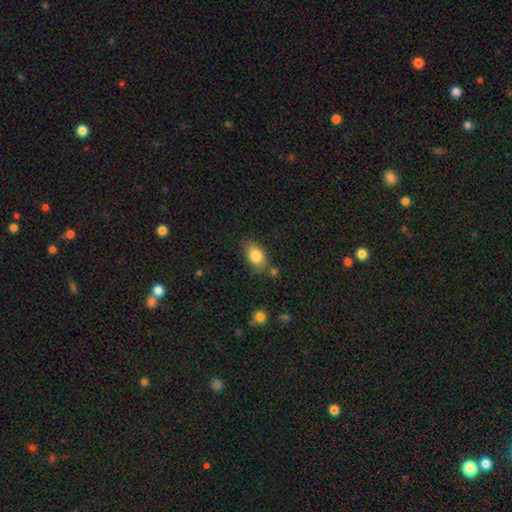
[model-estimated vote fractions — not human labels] smooth 84%, star or artifact 8%, featured or disk 8%. Down the decision tree: how rounded — in between (85%); merging — none (75%).